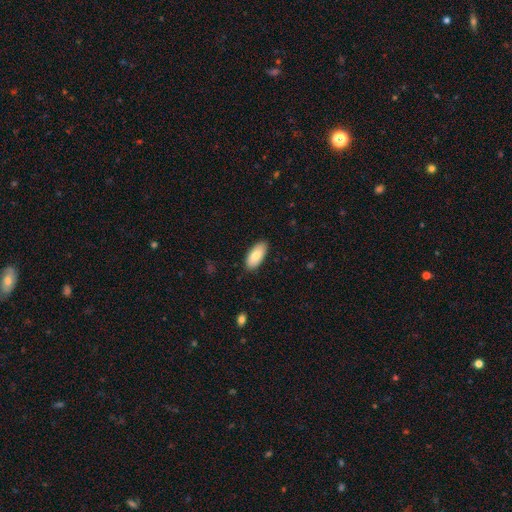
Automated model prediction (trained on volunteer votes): smooth-or-featured: smooth: 81% | featured or disk: 13% | star or artifact: 6%
  how-rounded: in between: 91% | cigar-shaped: 8% | round: 2%
  merging: none: 88% | minor disturbance: 10% | major disturbance: 2% | merger: 1%